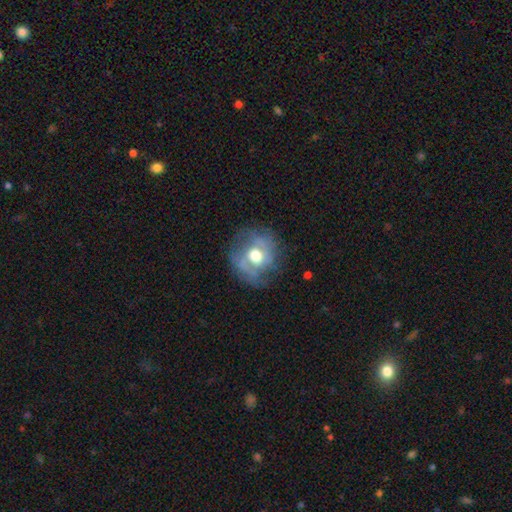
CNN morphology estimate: Smooth or featured? Predicted: featured or disk (p=0.66). Edge-on disk? Predicted: no (p=0.96). Bar? Predicted: no (p=0.64). Spiral arms? Predicted: yes (p=0.69). Bulge size? Predicted: moderate (p=0.65). Merging? Predicted: none (p=0.67).